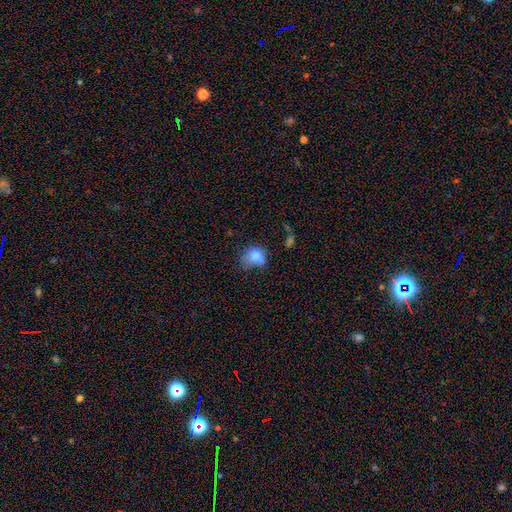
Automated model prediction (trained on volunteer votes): Smooth or featured: smooth — 73% (featured or disk — 15%)
How rounded: round — 58% (in between — 41%)
Merging: none — 41% (minor disturbance — 27%)